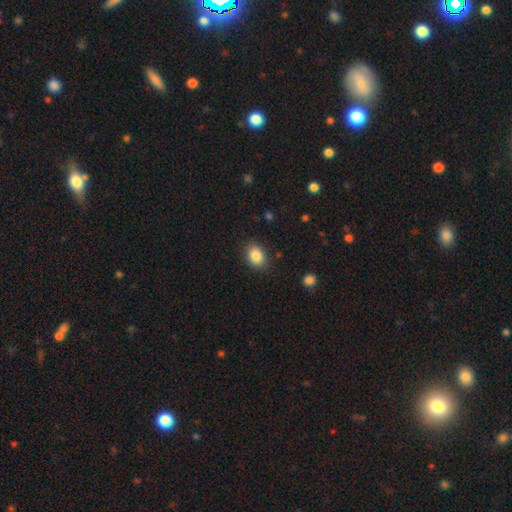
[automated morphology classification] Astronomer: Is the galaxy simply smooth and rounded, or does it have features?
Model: smooth — 86%.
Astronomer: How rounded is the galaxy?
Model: in between — 67%.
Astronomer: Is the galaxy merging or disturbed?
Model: none — 86%.